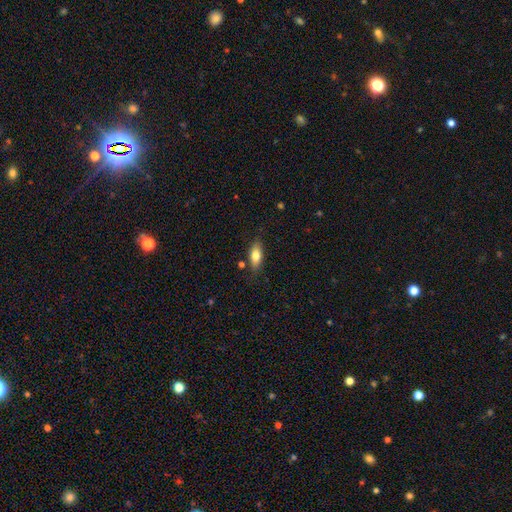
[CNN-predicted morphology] Overall: smooth (78%). How rounded: in between (80%). Merging: none (81%).